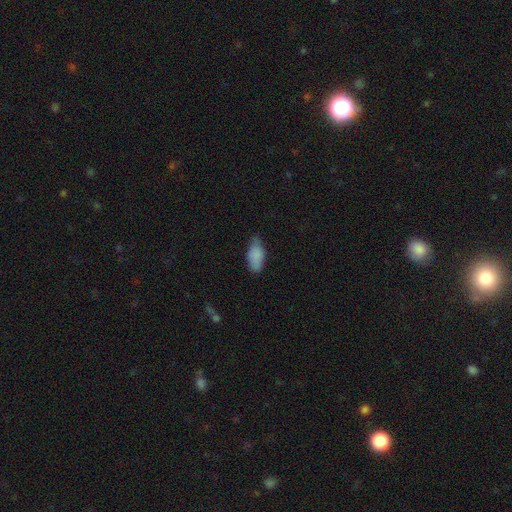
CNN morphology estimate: A smooth galaxy with no disk features (84%) that is in between round and cigar-shaped (88%).

Vote fractions:
- Smooth or featured? smooth: 84% / featured or disk: 9% / star or artifact: 7%
- How rounded? in between: 88% / cigar-shaped: 10% / round: 2%
- Merging? none: 60% / minor disturbance: 32% / major disturbance: 6% / merger: 2%